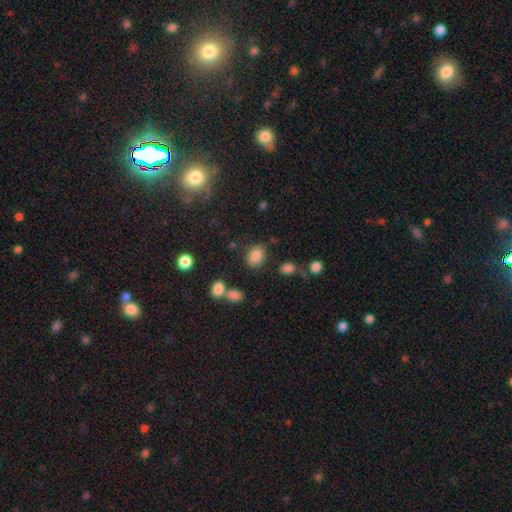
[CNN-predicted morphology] smooth 83%, star or artifact 11%, featured or disk 7%. Down the decision tree: how rounded — in between (66%); merging — none (78%).